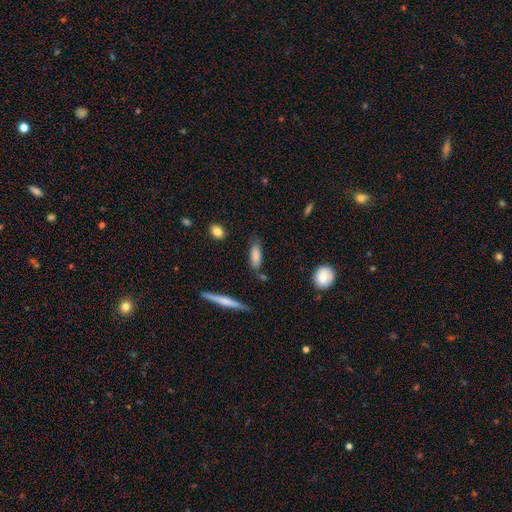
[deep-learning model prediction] This is clearly a smooth galaxy (81%). How rounded: possibly in between (58%). Merging: likely none (72%).